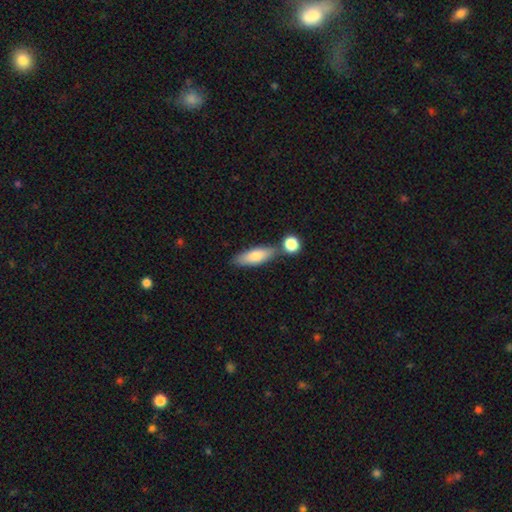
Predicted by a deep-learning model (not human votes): Overall: smooth (75%). How rounded: in between (53%; cigar-shaped 44%). Merging: none (65%).